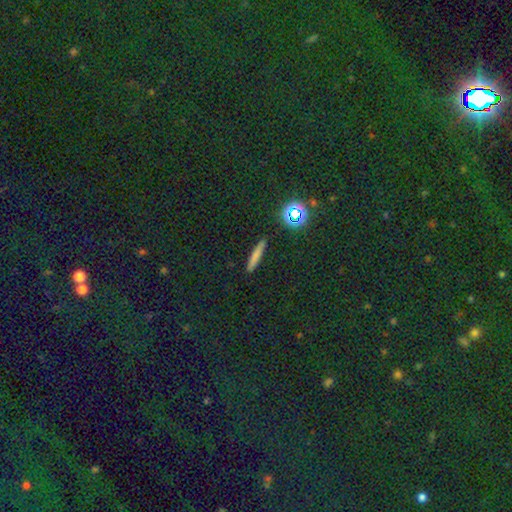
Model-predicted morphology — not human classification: Smooth or featured? Predicted: smooth (p=0.69). How rounded? Predicted: cigar-shaped (p=0.90). Merging? Predicted: none (p=0.89).